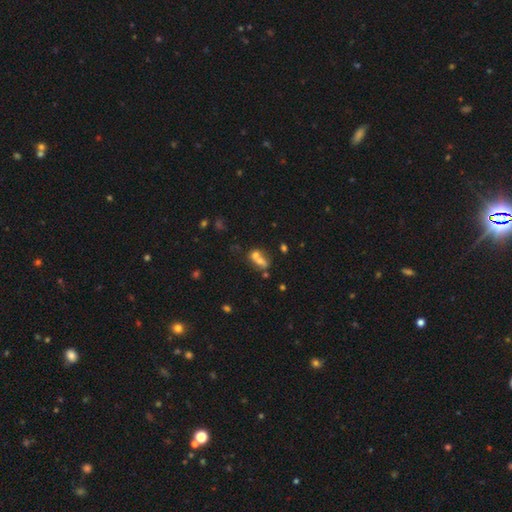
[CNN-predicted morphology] smooth_or_featured: smooth (p=0.59) [alt: featured or disk p=0.26]
how_rounded: in between (p=0.53) [alt: round p=0.41]
merging: merger (p=0.65) [alt: none p=0.23]